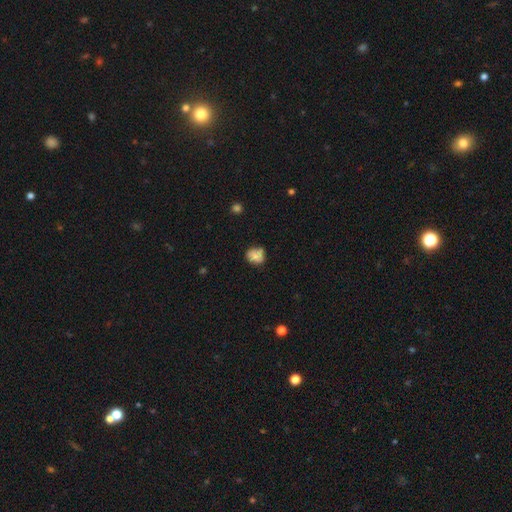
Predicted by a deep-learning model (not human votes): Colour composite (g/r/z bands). It shows a smooth galaxy with no disk features (74%) that is round (56%). Merging: none (55%).